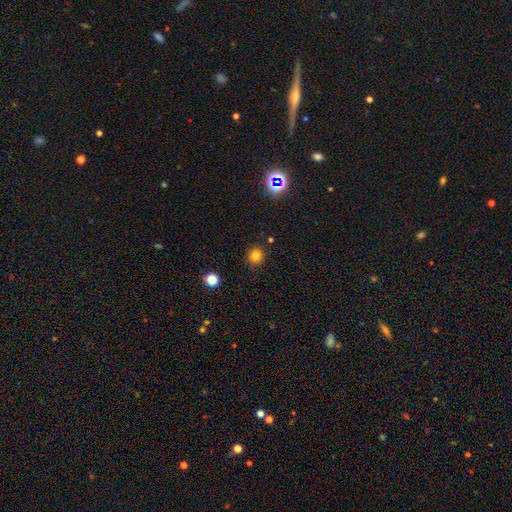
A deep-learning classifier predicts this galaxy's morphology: This appears to be a smooth galaxy with no disk features (78%) that is round (88%). Merging: none (87%).